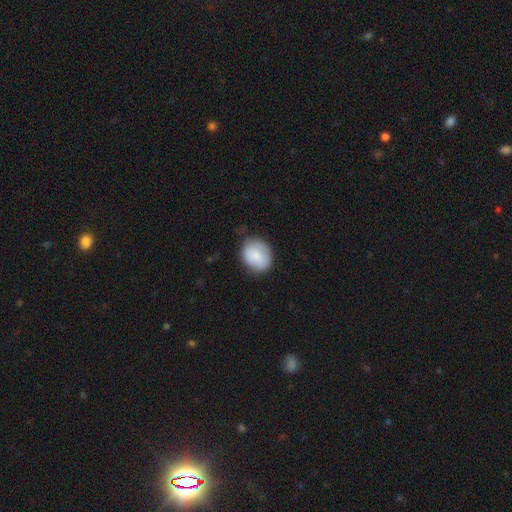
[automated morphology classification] smooth 77%, featured or disk 16%, star or artifact 7%. Down the decision tree: how rounded — round (51%); merging — none (66%).